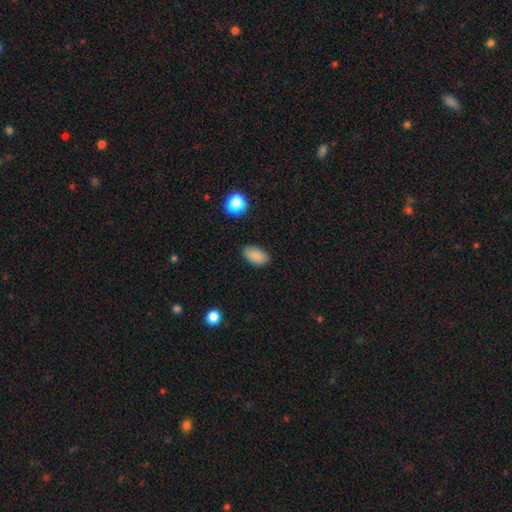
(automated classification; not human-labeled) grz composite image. It shows a smooth galaxy with no disk features (87%) that is in between round and cigar-shaped (92%). Merging: none (85%).